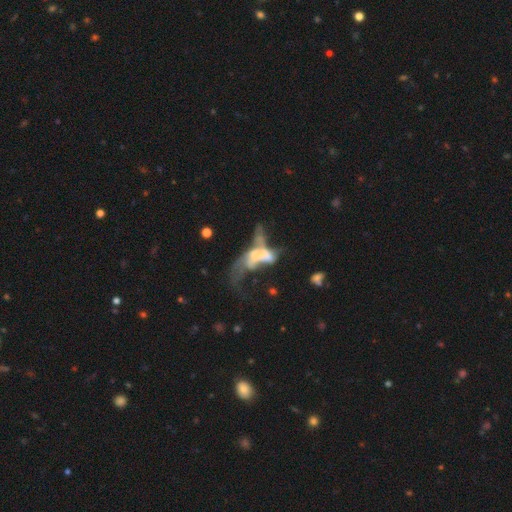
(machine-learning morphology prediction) A featured or disk galaxy (62%) with no bar (79%), no spiral arms (75%) and no central bulge (38%). Merging: merger (56%).